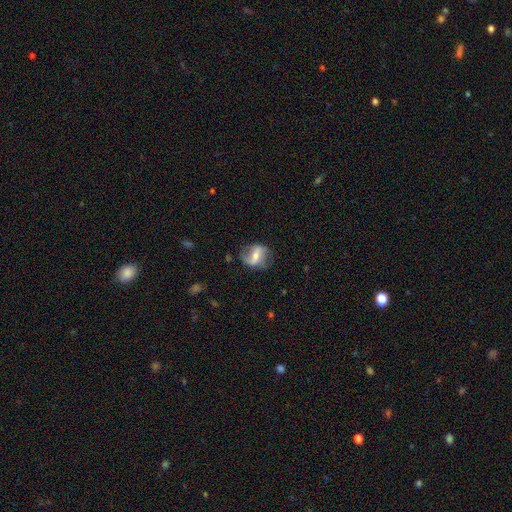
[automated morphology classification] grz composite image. It shows a featured or disk galaxy (69%) with a strong bar (51%), 2 (82%) loose (55%) spiral arms (81%) and a moderate central bulge (47%). Merging: none (69%).